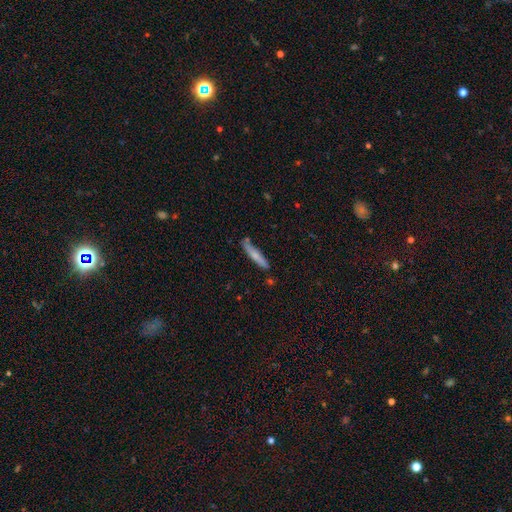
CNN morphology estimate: smooth 66%, featured or disk 28%, star or artifact 6%. Down the decision tree: how rounded — cigar-shaped (91%); merging — none (79%).